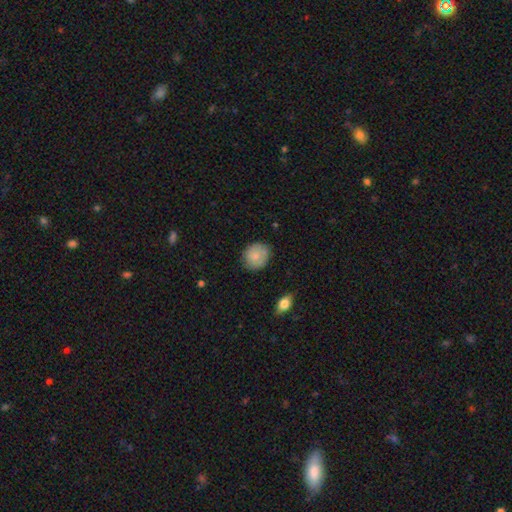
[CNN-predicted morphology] This appears to be a smooth galaxy with no disk features (80%) that is round (79%). Merging: none (80%).